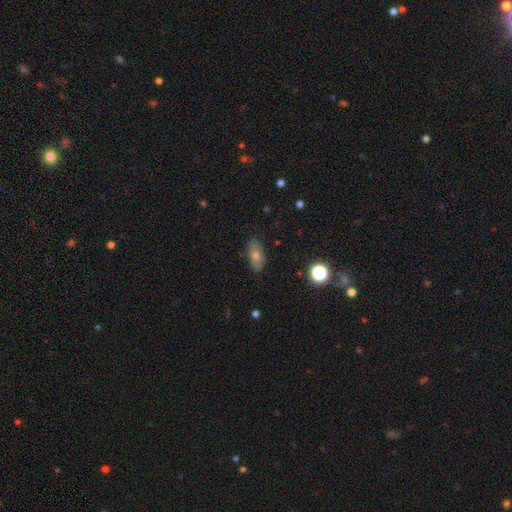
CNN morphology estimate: Q: Smooth or featured?
A: smooth (59%); runner-up: featured or disk (25%)
Q: How rounded?
A: in between (82%); runner-up: cigar-shaped (10%)
Q: Merging?
A: none (85%); runner-up: minor disturbance (11%)